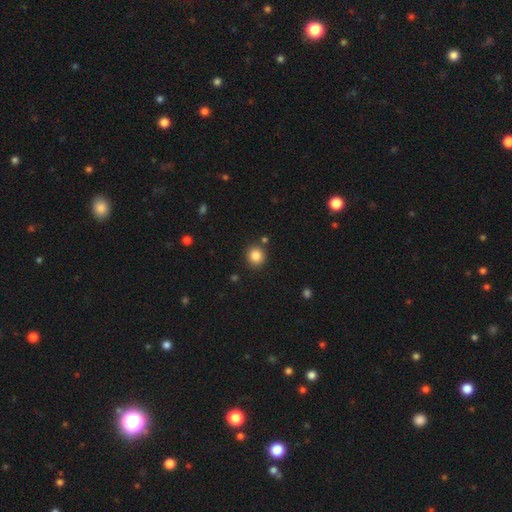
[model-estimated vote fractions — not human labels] Smooth or featured? Predicted: smooth (p=0.85). How rounded? Predicted: round (p=0.89). Merging? Predicted: none (p=0.86).